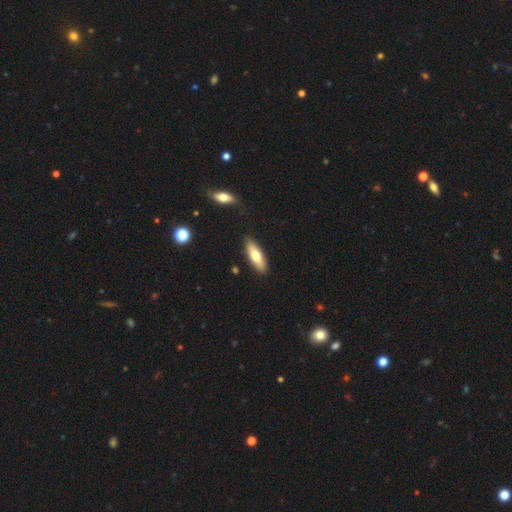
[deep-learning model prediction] Morphology: type=smooth (69%); roundness=in between (56%); merging=none (87%).